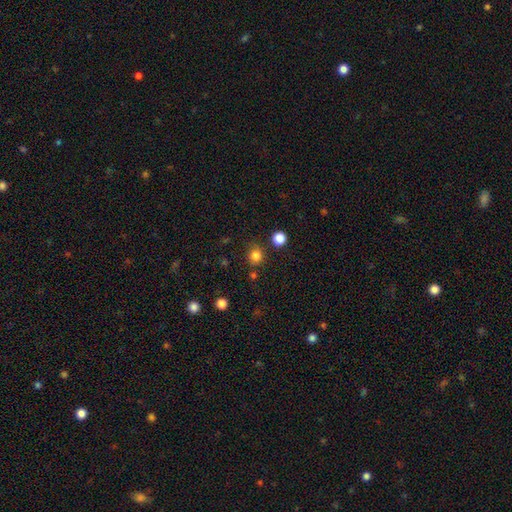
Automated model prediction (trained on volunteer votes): Smooth or featured? smooth (81%)
How rounded? round (85%)
Merging? none (78%)